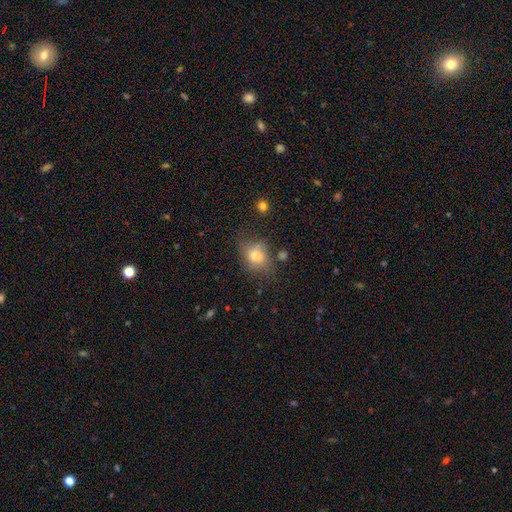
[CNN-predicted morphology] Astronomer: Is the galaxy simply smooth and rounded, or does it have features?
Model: smooth — 70%.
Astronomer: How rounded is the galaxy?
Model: in between — 62% (runner-up: round, 37%).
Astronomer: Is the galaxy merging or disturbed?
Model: none — 53% (runner-up: minor disturbance, 28%).